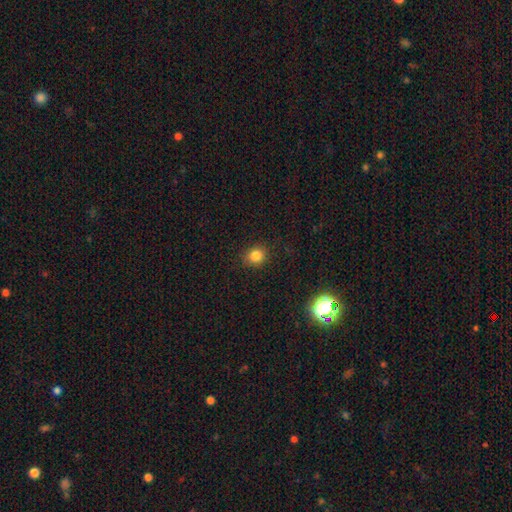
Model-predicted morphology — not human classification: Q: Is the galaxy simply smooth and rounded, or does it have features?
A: smooth — 82%.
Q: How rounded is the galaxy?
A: round — 77%.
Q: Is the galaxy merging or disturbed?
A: none — 88%.